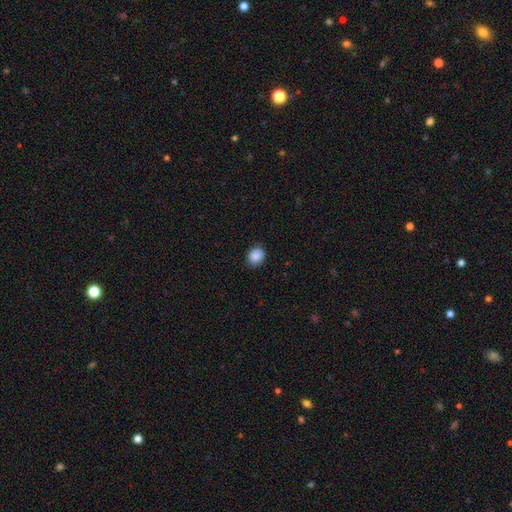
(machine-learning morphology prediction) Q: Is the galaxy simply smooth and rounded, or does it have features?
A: smooth — 87%.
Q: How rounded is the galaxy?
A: round — 64%.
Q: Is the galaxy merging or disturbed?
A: none — 80%.